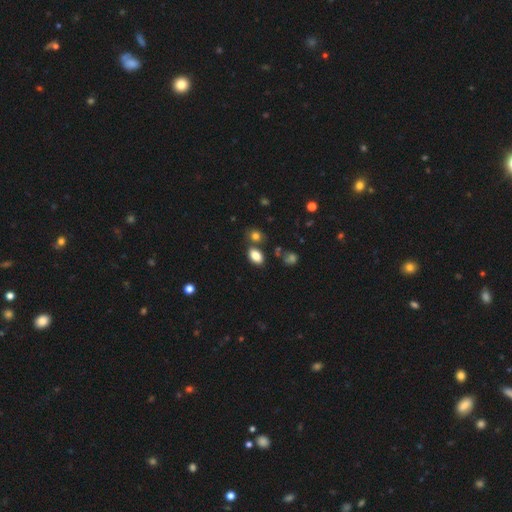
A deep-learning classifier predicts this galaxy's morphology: The model was most divided on "merging": none: 72%, minor disturbance: 12%, merger: 12%, major disturbance: 3%. More confident: how rounded — in between (86%); smooth or featured — smooth (84%).